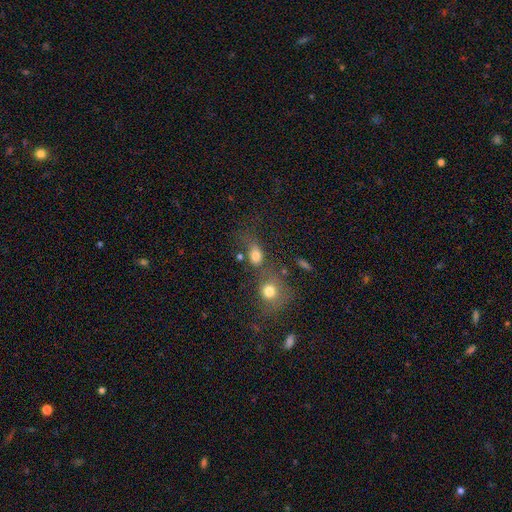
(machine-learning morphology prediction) Smooth or featured?
  - smooth: 75% *
  - star or artifact: 14%
  - featured or disk: 11%
How rounded?
  - in between: 63% *
  - round: 34%
  - cigar-shaped: 3%
Merging?
  - none: 39% *
  - merger: 34%
  - minor disturbance: 14%
  - major disturbance: 13%